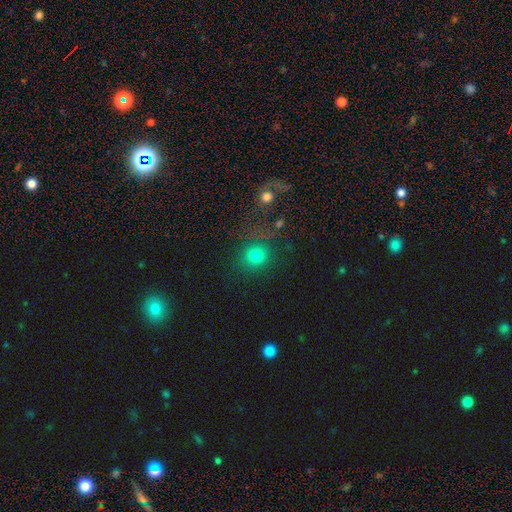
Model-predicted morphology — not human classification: smooth-or-featured: smooth: 77% | star or artifact: 16% | featured or disk: 7%
  how-rounded: round: 87% | in between: 12% | cigar-shaped: 1%
  merging: none: 75% | minor disturbance: 10% | merger: 9% | major disturbance: 6%